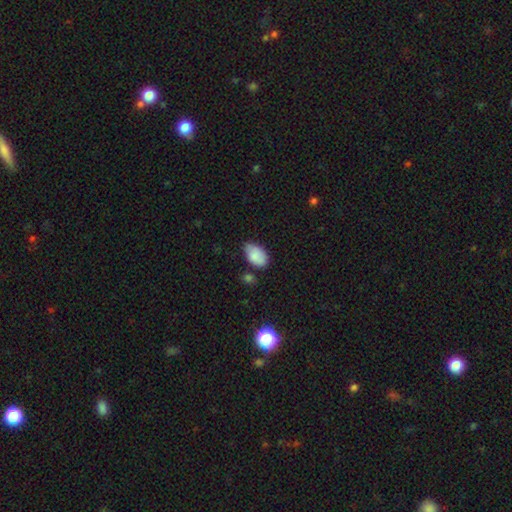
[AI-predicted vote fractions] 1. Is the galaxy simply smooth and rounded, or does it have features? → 84% smooth, 9% featured or disk, 8% star or artifact.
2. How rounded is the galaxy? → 92% in between, 7% round, 1% cigar-shaped.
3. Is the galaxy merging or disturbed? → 54% none, 35% minor disturbance, 6% major disturbance, 5% merger.